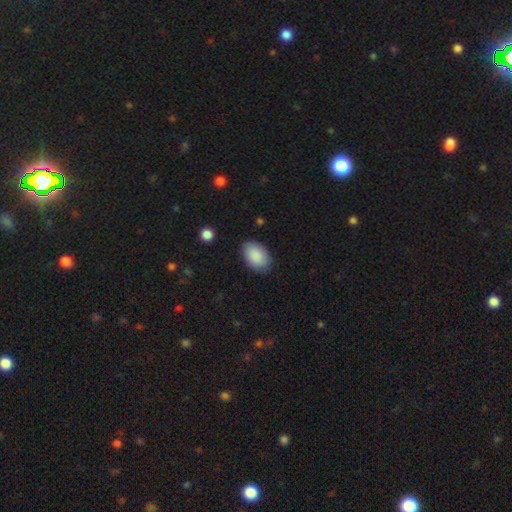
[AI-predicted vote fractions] Q: Smooth or featured?
A: smooth (90%); runner-up: star or artifact (6%)
Q: How rounded?
A: in between (89%); runner-up: round (10%)
Q: Merging?
A: none (83%); runner-up: minor disturbance (13%)